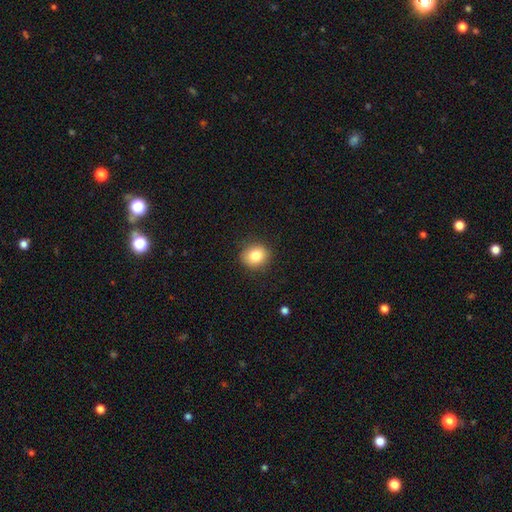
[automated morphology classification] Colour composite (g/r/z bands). It shows a smooth galaxy with no disk features (82%) that is round (77%). Merging: none (88%).